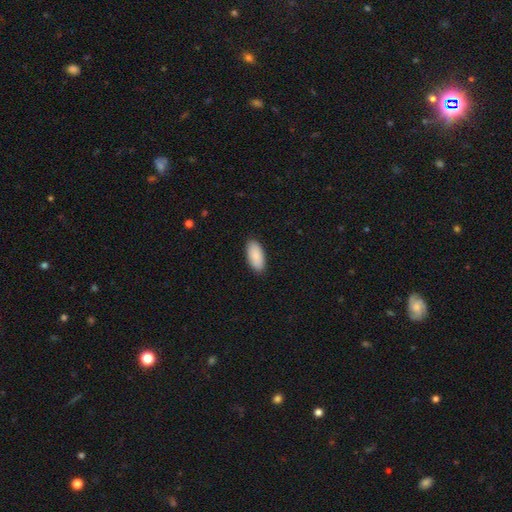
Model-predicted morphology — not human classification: Overall: smooth (89%). How rounded: in between (91%). Merging: none (89%).